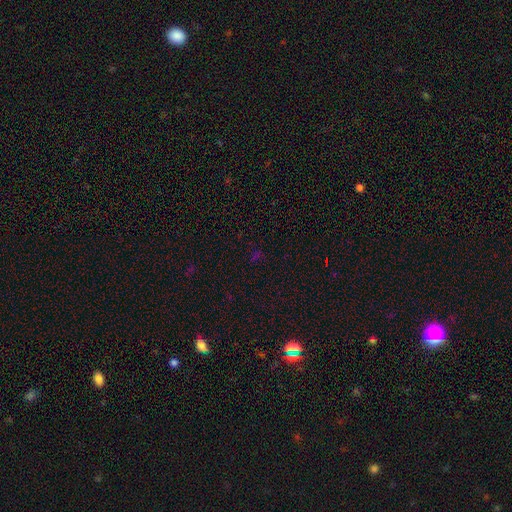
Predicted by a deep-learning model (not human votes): Smooth or featured: star or artifact — 65% (smooth — 27%)